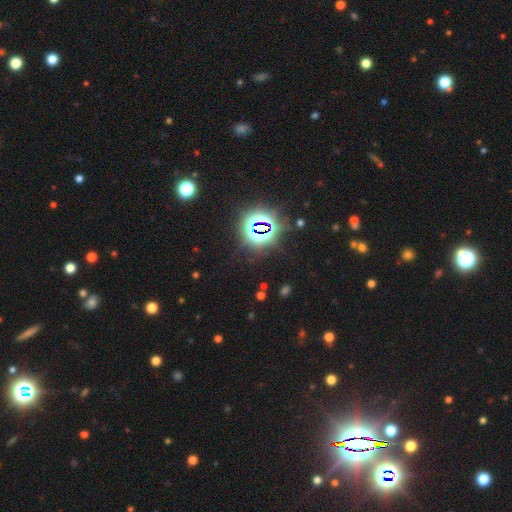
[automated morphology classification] A star or artifact, not a galaxy (84%).

Vote fractions:
- Smooth or featured? star or artifact: 84% / smooth: 9% / featured or disk: 6%